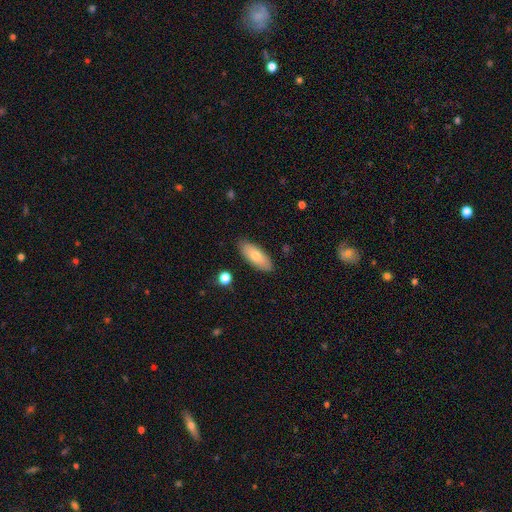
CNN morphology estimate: Q: Smooth or featured?
A: smooth (76%); runner-up: featured or disk (18%)
Q: How rounded?
A: in between (74%); runner-up: cigar-shaped (24%)
Q: Merging?
A: none (87%); runner-up: minor disturbance (10%)